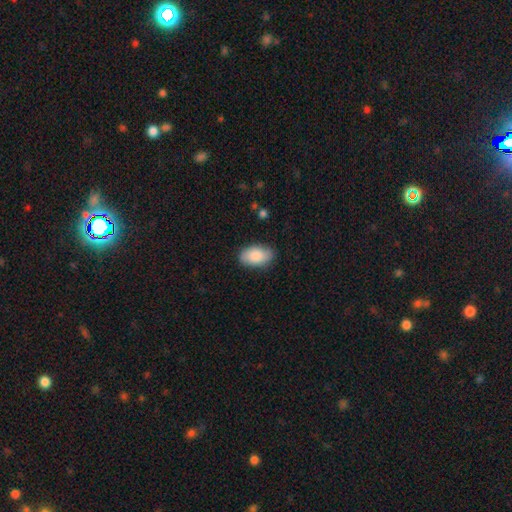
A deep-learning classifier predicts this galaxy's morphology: A smooth galaxy with no disk features (86%) that is in between round and cigar-shaped (94%). Merging: none (84%).